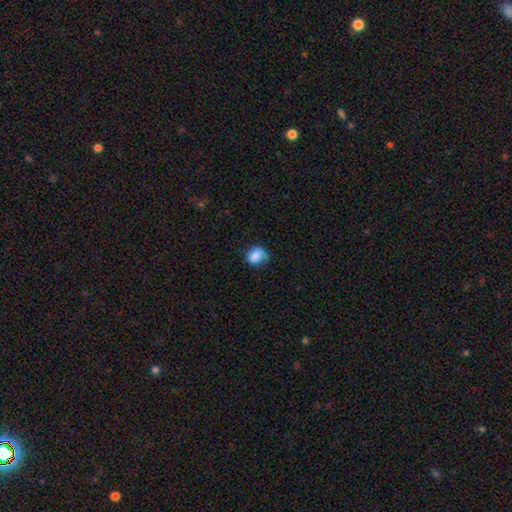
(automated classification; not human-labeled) smooth-or-featured: smooth: 83% | star or artifact: 9% | featured or disk: 8%
  how-rounded: round: 55% | in between: 44% | cigar-shaped: 1%
  merging: none: 53% | minor disturbance: 35% | major disturbance: 10% | merger: 3%